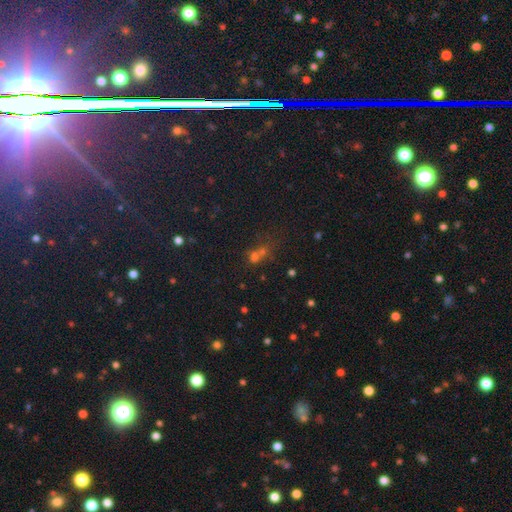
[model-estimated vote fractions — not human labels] Smooth or featured: smooth — 47% (star or artifact — 40%)
Merging: none — 44% (merger — 41%)